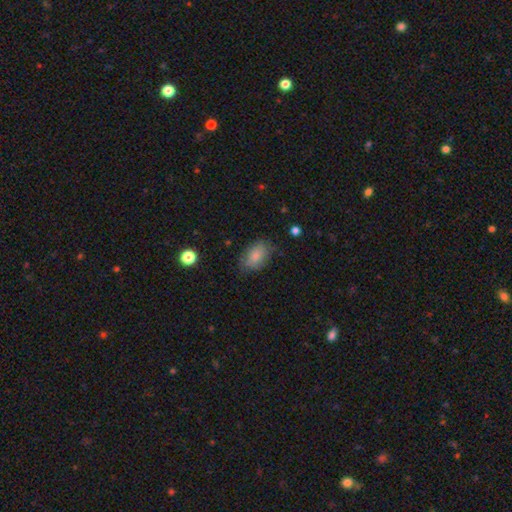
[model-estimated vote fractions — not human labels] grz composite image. It shows a smooth galaxy with no disk features (82%) that is in between round and cigar-shaped (87%). Merging: none (70%).